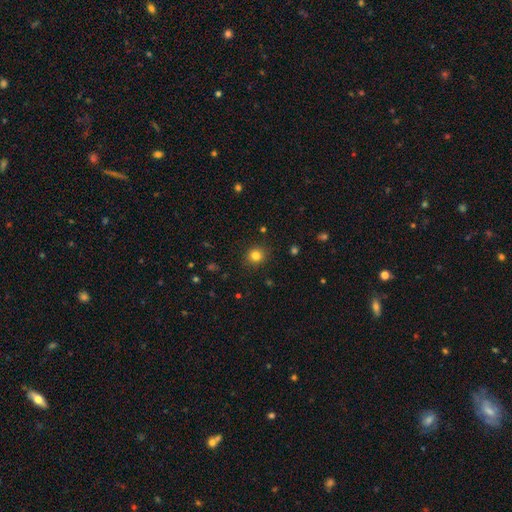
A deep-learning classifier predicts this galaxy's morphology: Smooth or featured: smooth — 81% (star or artifact — 13%)
How rounded: round — 89% (in between — 11%)
Merging: none — 90% (minor disturbance — 7%)